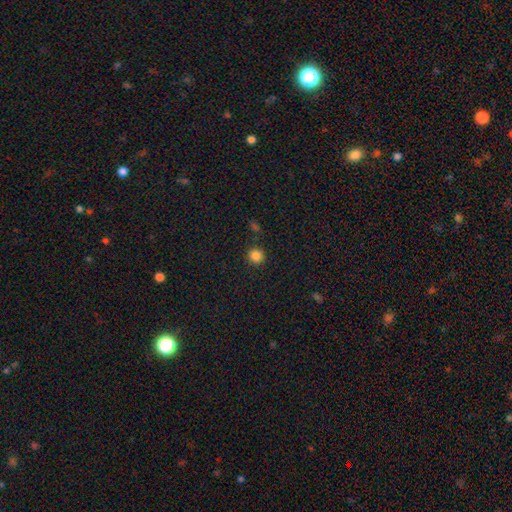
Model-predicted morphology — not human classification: type=smooth (84%); roundness=round (95%); merging=none (89%).